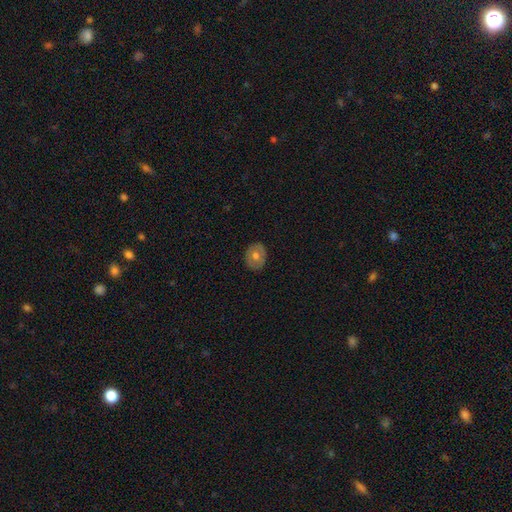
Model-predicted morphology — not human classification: type=smooth (56%); roundness=round (60%); merging=none (86%).